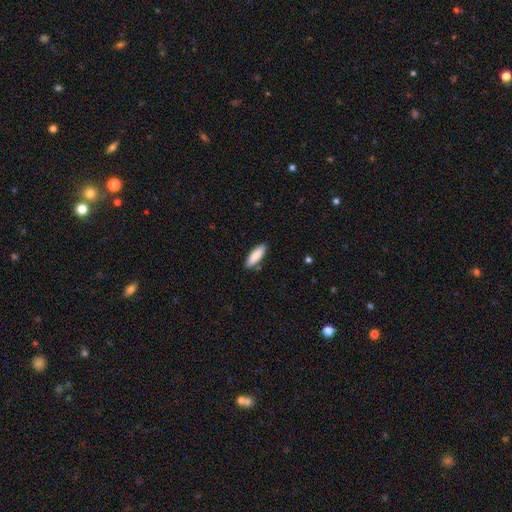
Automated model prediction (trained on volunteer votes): Smooth or featured?
  - smooth: 84% *
  - featured or disk: 11%
  - star or artifact: 6%
How rounded?
  - in between: 51% *
  - cigar-shaped: 47%
  - round: 2%
Merging?
  - none: 86% *
  - minor disturbance: 10%
  - merger: 2%
  - major disturbance: 2%